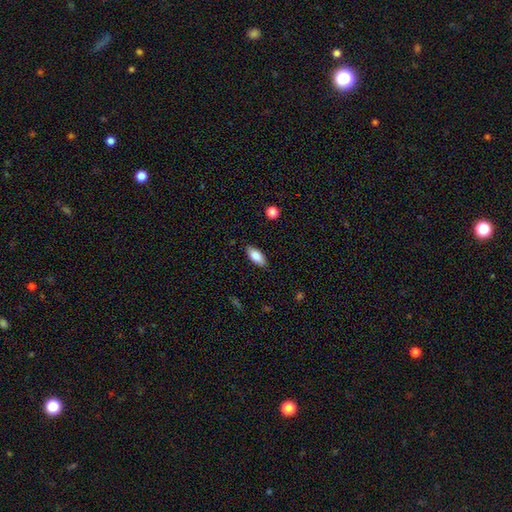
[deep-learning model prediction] The model was most divided on "how rounded": in between: 85%, cigar-shaped: 13%, round: 2%. More confident: merging — none (87%); smooth or featured — smooth (84%).